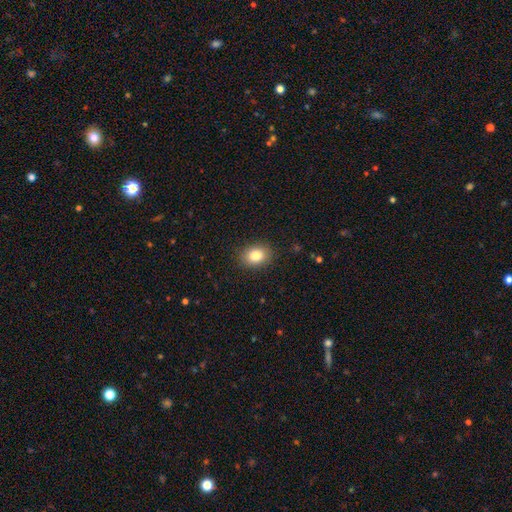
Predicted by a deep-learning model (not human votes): Smooth or featured?
  - smooth: 84% *
  - star or artifact: 9%
  - featured or disk: 7%
How rounded?
  - in between: 64% *
  - round: 35%
  - cigar-shaped: 1%
Merging?
  - none: 88% *
  - minor disturbance: 9%
  - major disturbance: 2%
  - merger: 1%